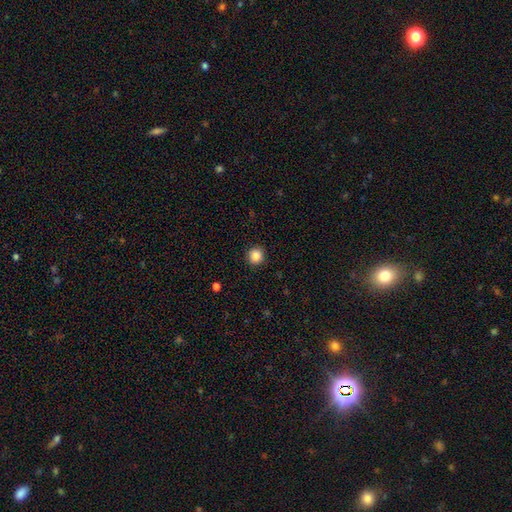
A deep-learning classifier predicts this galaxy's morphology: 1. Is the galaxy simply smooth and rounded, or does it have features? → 86% smooth, 10% star or artifact, 4% featured or disk.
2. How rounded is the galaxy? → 94% round, 5% in between, 1% cigar-shaped.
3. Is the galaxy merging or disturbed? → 92% none, 5% minor disturbance, 2% major disturbance, 1% merger.